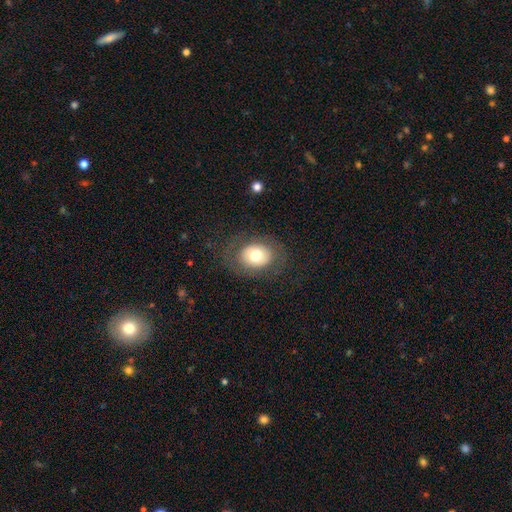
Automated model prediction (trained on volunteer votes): Smooth or featured?
  - smooth: 69% *
  - featured or disk: 23%
  - star or artifact: 9%
How rounded?
  - in between: 54% *
  - round: 45%
  - cigar-shaped: 1%
Merging?
  - none: 80% *
  - minor disturbance: 12%
  - major disturbance: 8%
  - merger: 1%